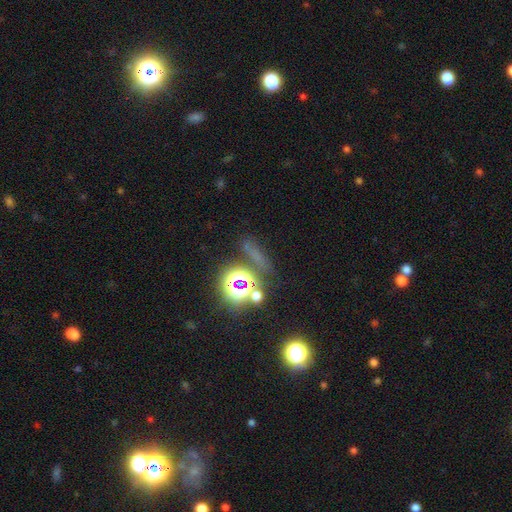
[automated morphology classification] A star or artifact, not a galaxy (56%).

Vote fractions:
- Smooth or featured? star or artifact: 56% / smooth: 30% / featured or disk: 13%